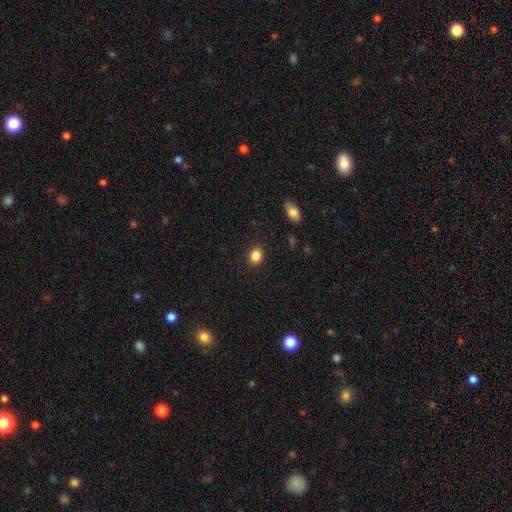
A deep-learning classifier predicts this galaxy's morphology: Smooth or featured: smooth — 86% (star or artifact — 10%)
How rounded: round — 54% (in between — 45%)
Merging: none — 89% (minor disturbance — 8%)